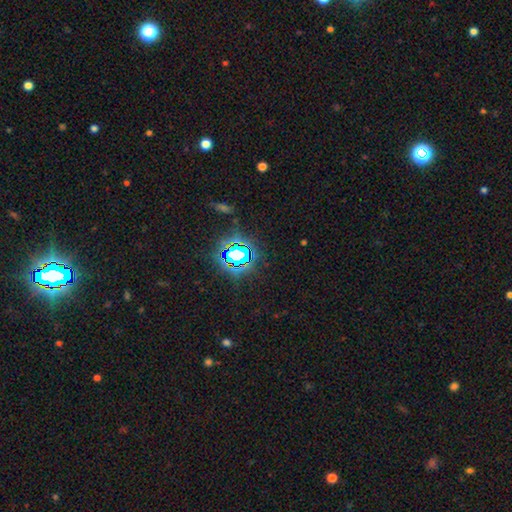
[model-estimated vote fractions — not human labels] Q: Smooth or featured?
A: star or artifact (80%); runner-up: smooth (13%)